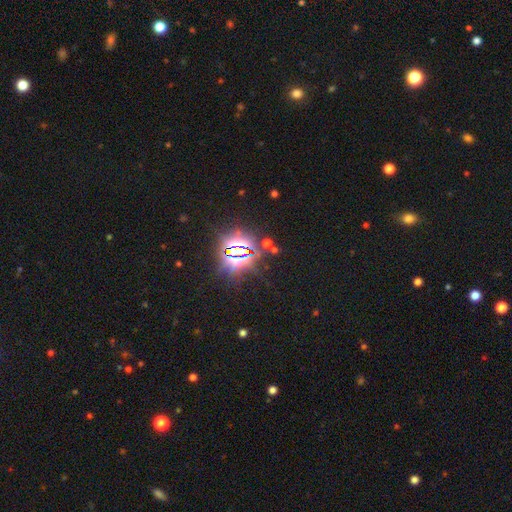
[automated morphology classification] A star or artifact, not a galaxy (77%).

Vote fractions:
- Smooth or featured? star or artifact: 77% / smooth: 17% / featured or disk: 6%